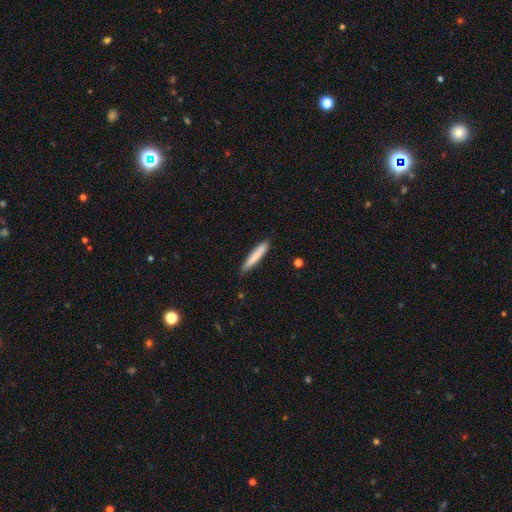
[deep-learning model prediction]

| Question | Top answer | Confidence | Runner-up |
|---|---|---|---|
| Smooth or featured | smooth | 81% | featured or disk (14%) |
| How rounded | cigar-shaped | 93% | in between (6%) |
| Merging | none | 82% | minor disturbance (14%) |